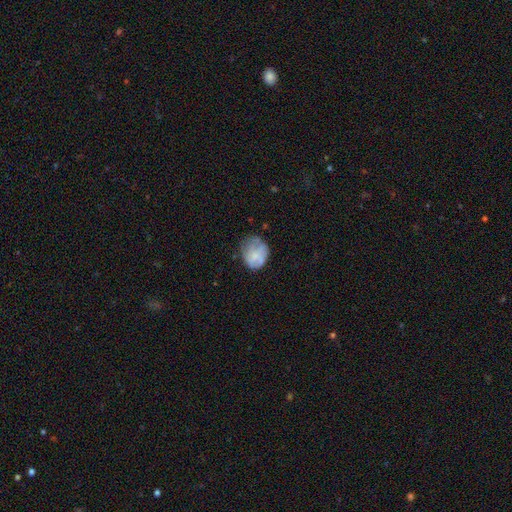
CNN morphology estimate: This is possibly a smooth galaxy (55%). How rounded: likely round (62%). Merging: possibly none (52%).